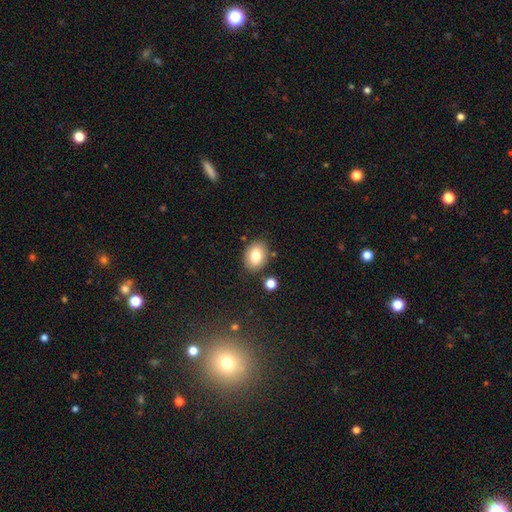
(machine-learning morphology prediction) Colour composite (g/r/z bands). It shows a smooth galaxy with no disk features (79%) that is in between round and cigar-shaped (68%). Merging: none (81%).